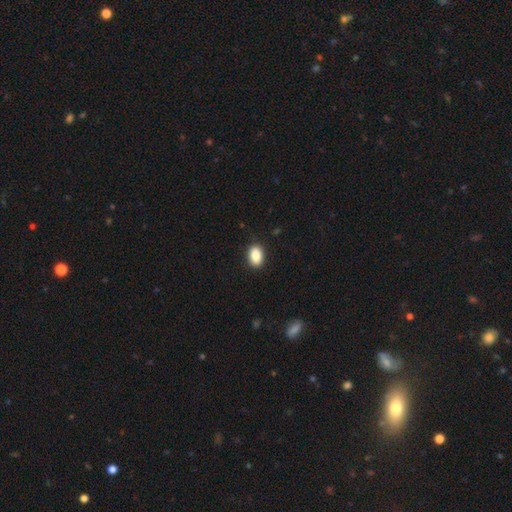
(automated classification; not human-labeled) smooth_or_featured: smooth (p=0.87) [alt: star or artifact p=0.08]
how_rounded: in between (p=0.87) [alt: round p=0.11]
merging: none (p=0.88) [alt: minor disturbance p=0.09]